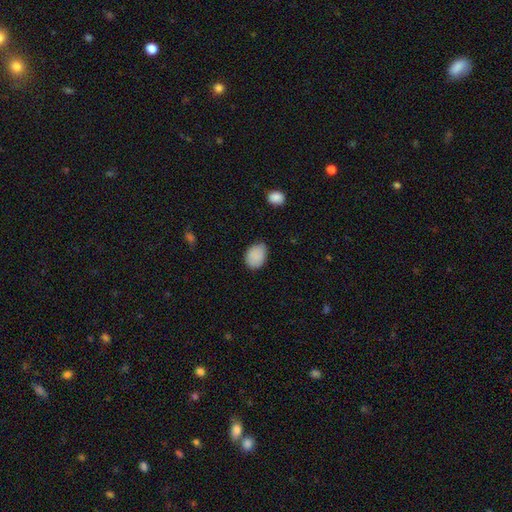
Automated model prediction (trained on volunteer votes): Overall: smooth (88%). How rounded: in between (66%; round 33%). Merging: none (69%).